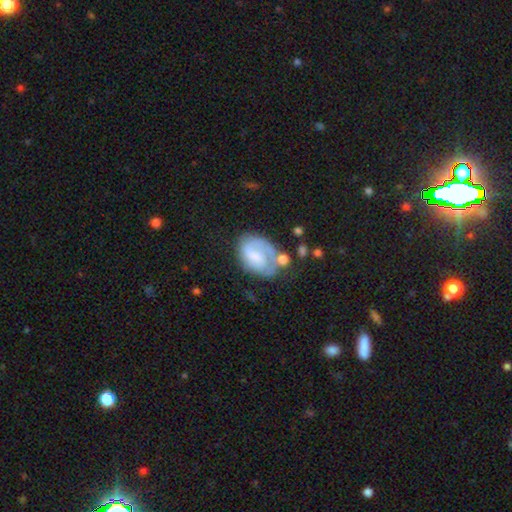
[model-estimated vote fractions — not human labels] Morphology: type=featured or disk (62%); edge-on=no (97%); bar=no (51%); spiral arms=yes (80%); bulge=small (37%); merging=none (44%).